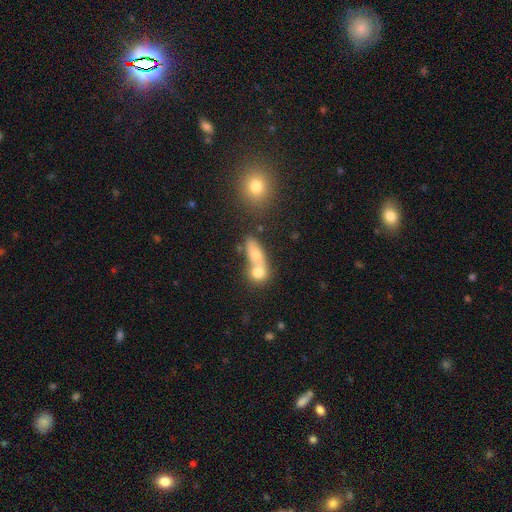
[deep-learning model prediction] The model was most divided on "how rounded": in between: 49%, round: 41%, cigar-shaped: 10%. More confident: smooth or featured — smooth (65%); merging — merger (59%).